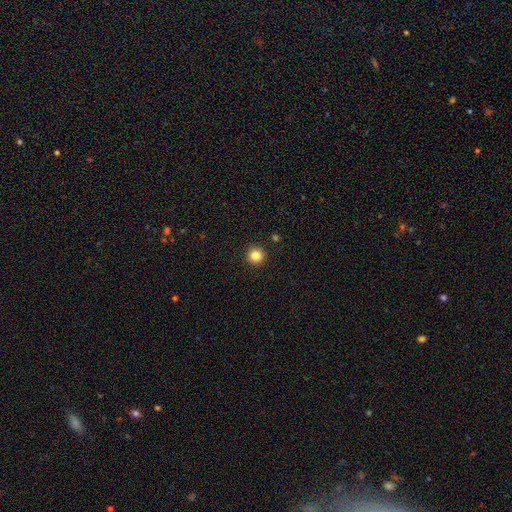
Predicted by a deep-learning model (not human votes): smooth 84%, star or artifact 11%, featured or disk 5%. Down the decision tree: how rounded — round (96%); merging — none (93%).